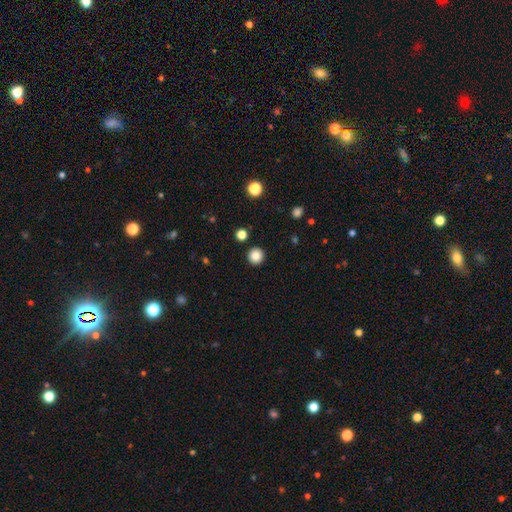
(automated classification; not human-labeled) A smooth galaxy with no disk features (85%) that is round (95%).

Vote fractions:
- Smooth or featured? smooth: 85% / star or artifact: 11% / featured or disk: 4%
- How rounded? round: 95% / in between: 4% / cigar-shaped: 1%
- Merging? none: 93% / minor disturbance: 4% / major disturbance: 2% / merger: 1%